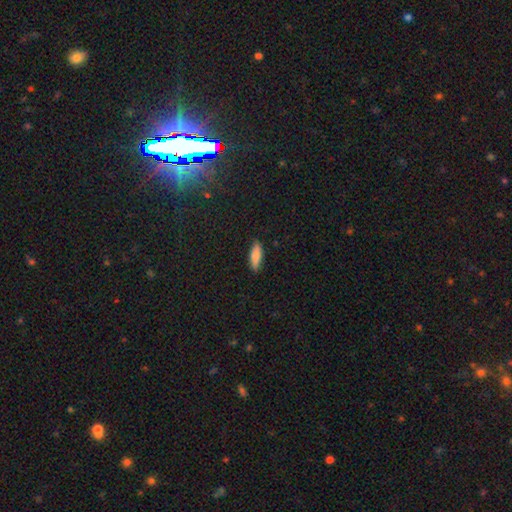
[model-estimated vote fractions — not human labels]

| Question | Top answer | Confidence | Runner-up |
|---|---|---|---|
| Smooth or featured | smooth | 81% | featured or disk (12%) |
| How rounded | in between | 56% | cigar-shaped (42%) |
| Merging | none | 86% | minor disturbance (11%) |